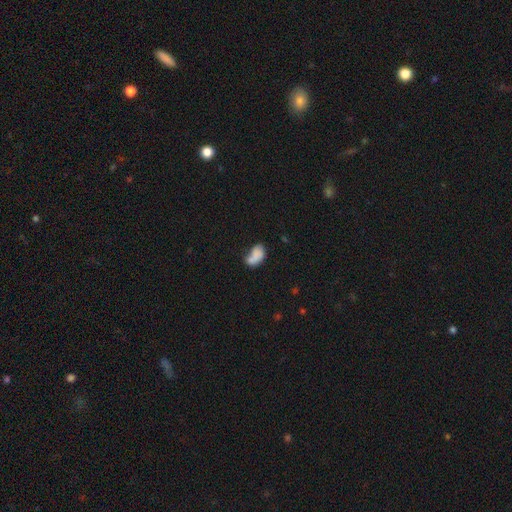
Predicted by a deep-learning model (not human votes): Smooth or featured? Predicted: smooth (p=0.74). How rounded? Predicted: in between (p=0.88). Merging? Predicted: merger (p=0.33).